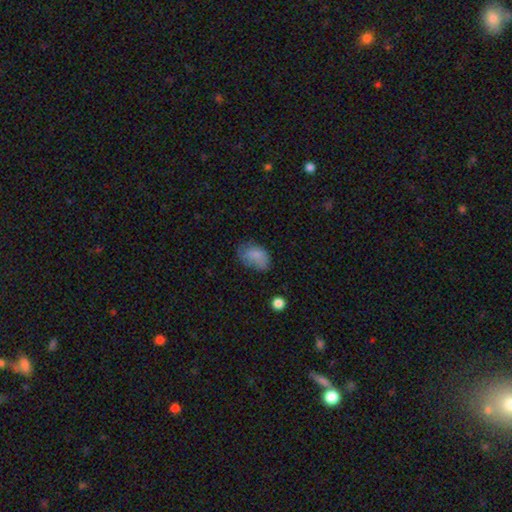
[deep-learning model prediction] smooth 76%, featured or disk 14%, star or artifact 9%. Down the decision tree: how rounded — in between (86%); merging — none (52%).